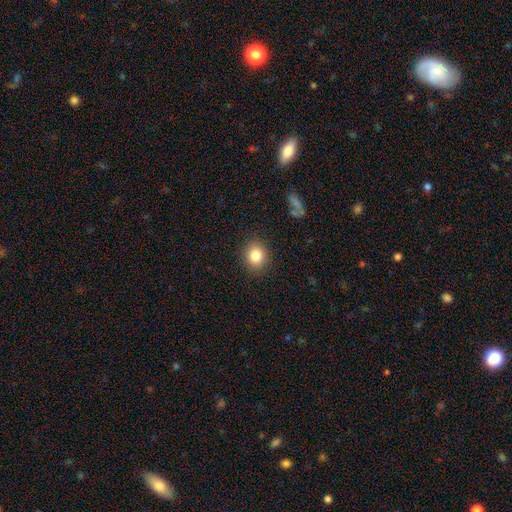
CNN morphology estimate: smooth-or-featured: smooth: 83% | star or artifact: 10% | featured or disk: 7%
  how-rounded: round: 69% | in between: 30% | cigar-shaped: 1%
  merging: none: 88% | minor disturbance: 8% | major disturbance: 3% | merger: 1%